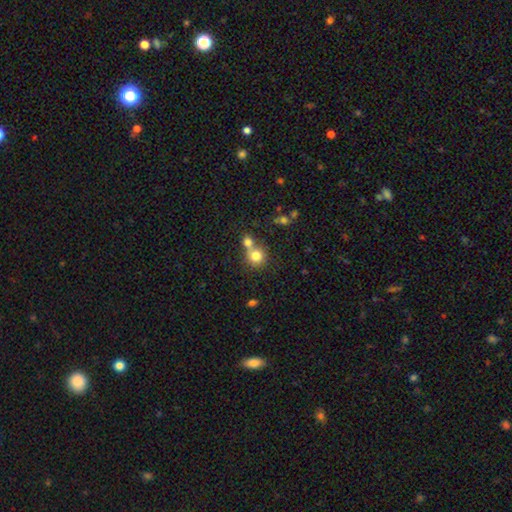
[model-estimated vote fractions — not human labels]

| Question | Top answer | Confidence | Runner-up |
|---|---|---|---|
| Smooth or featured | smooth | 78% | star or artifact (11%) |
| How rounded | round | 85% | in between (14%) |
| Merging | merger | 49% | none (41%) |